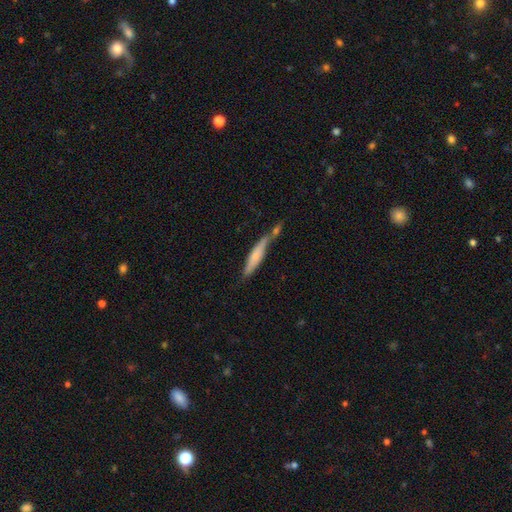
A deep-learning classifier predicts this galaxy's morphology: smooth_or_featured: smooth (p=0.56) [alt: featured or disk p=0.38]
how_rounded: cigar-shaped (p=0.84) [alt: in between p=0.14]
merging: none (p=0.41) [alt: merger p=0.34]